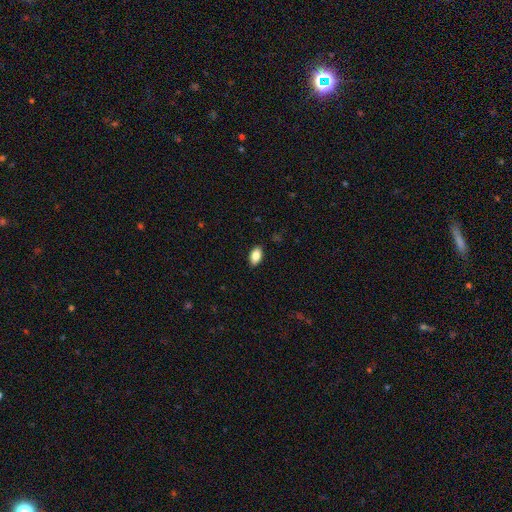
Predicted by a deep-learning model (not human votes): Morphology: type=smooth (85%); roundness=in between (92%); merging=none (88%).